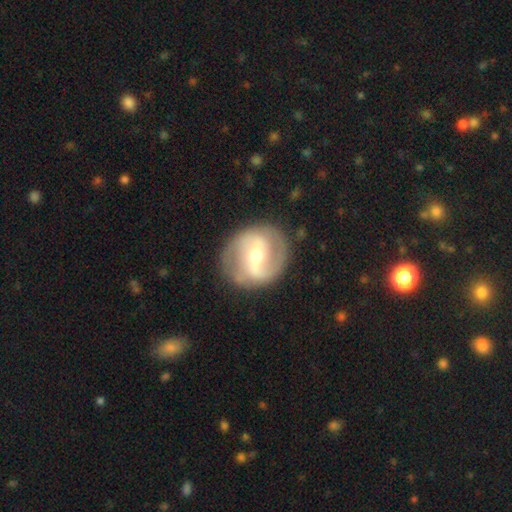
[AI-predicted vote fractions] This is clearly a featured or disk galaxy (81%). It is clearly not viewed edge-on (97%). Bar: marginally weak (42%). Spiral arm pattern: clearly yes (89%). Spiral arm count: clearly 2 (85%). Spiral winding: possibly medium (47%). Central bulge: possibly moderate (56%). Merging: likely none (79%).